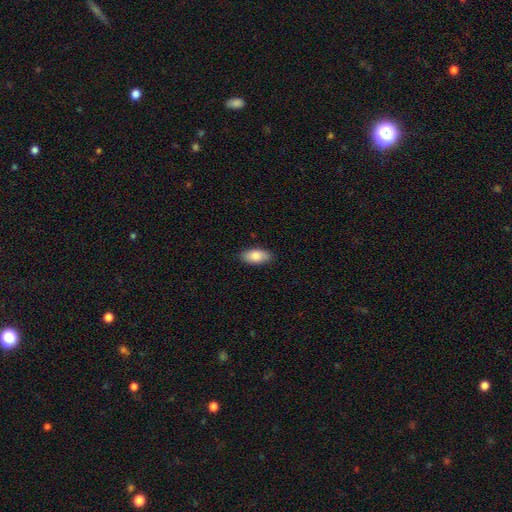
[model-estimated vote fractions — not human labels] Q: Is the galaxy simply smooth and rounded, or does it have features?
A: smooth — 86%.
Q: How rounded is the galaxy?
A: in between — 92%.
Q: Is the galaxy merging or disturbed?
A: none — 88%.